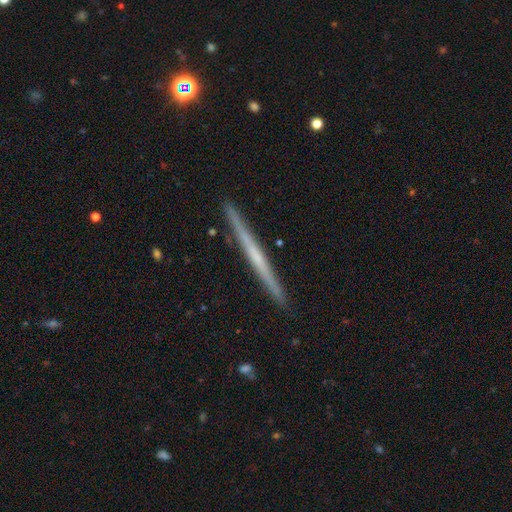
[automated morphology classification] This appears to be a featured or disk galaxy (64%) viewed edge-on (98%) with no central bulge (78%). Merging: none (92%).